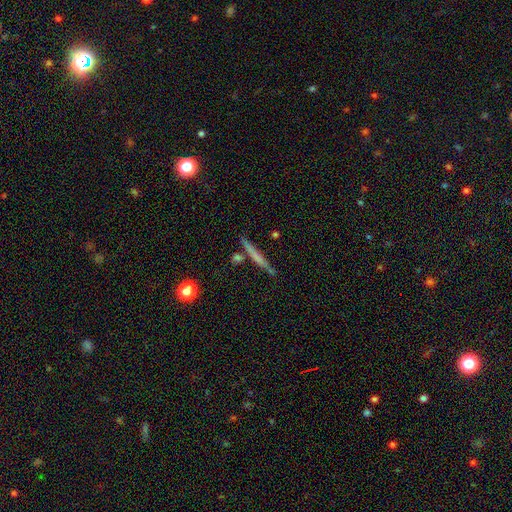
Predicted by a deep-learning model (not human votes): This appears to be a smooth galaxy with no disk features (52%) that is cigar-shaped (95%). Merging: none (80%).